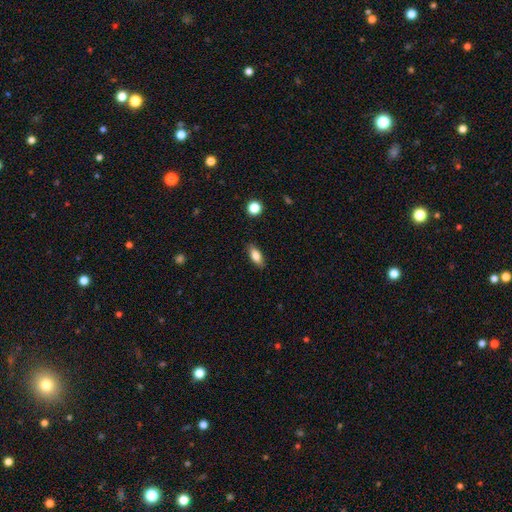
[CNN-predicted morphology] smooth 80%, featured or disk 13%, star or artifact 8%. Down the decision tree: how rounded — in between (78%); merging — none (86%).